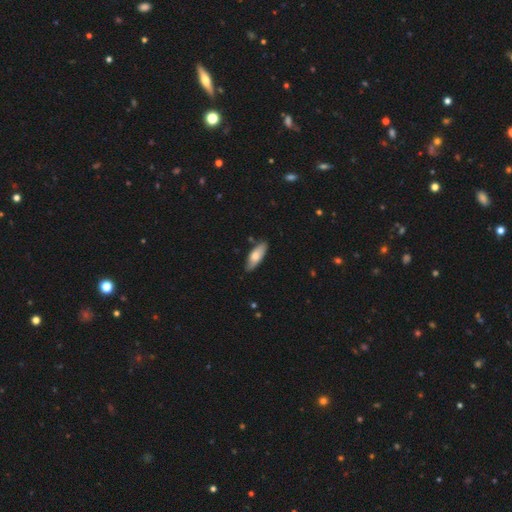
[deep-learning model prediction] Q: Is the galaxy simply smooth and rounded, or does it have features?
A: smooth — 71%.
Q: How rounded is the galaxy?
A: in between — 67%.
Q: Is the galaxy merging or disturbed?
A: none — 82%.